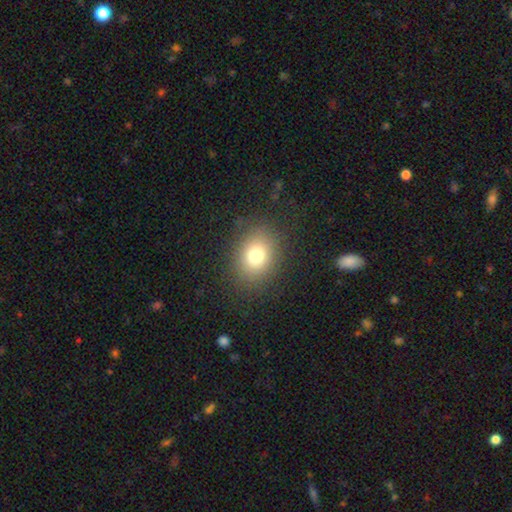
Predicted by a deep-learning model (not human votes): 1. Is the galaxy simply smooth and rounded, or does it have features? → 77% smooth, 13% star or artifact, 10% featured or disk.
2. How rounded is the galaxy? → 50% in between, 49% round, 1% cigar-shaped.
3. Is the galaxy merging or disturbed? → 85% none, 10% minor disturbance, 5% major disturbance, 1% merger.